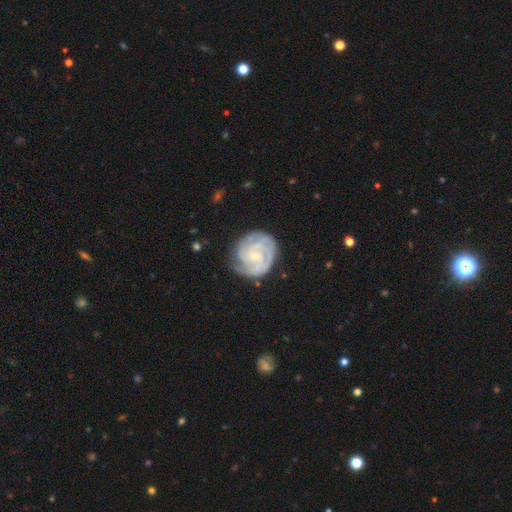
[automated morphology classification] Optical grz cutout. It shows a featured or disk galaxy (84%) with no bar (64%), 3 (33%) tight (69%) spiral arms (97%) and a small central bulge (77%). Merging: none (74%).